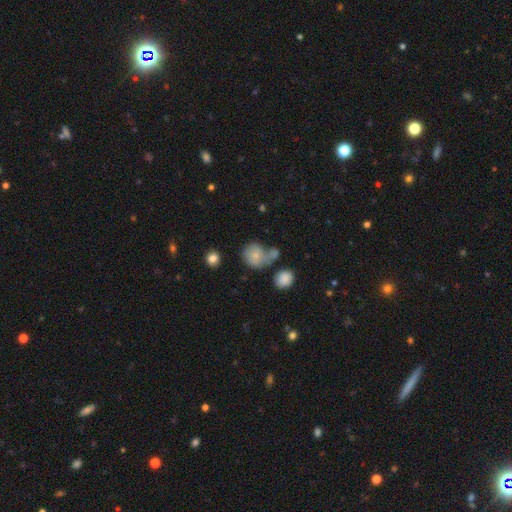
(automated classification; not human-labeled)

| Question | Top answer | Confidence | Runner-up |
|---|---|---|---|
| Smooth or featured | smooth | 73% | featured or disk (17%) |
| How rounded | round | 73% | in between (26%) |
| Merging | none | 38% | merger (33%) |